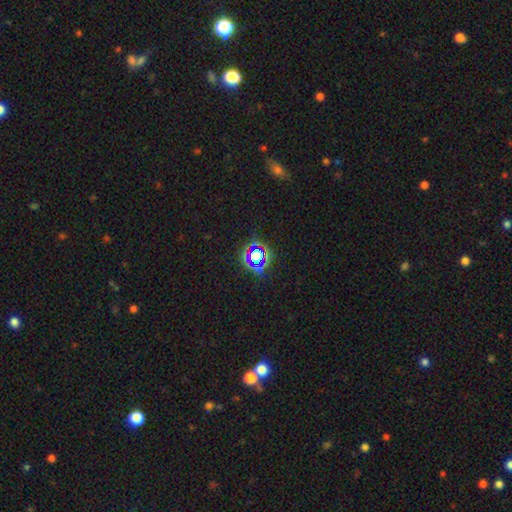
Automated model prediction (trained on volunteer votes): Smooth or featured? star or artifact (69%)